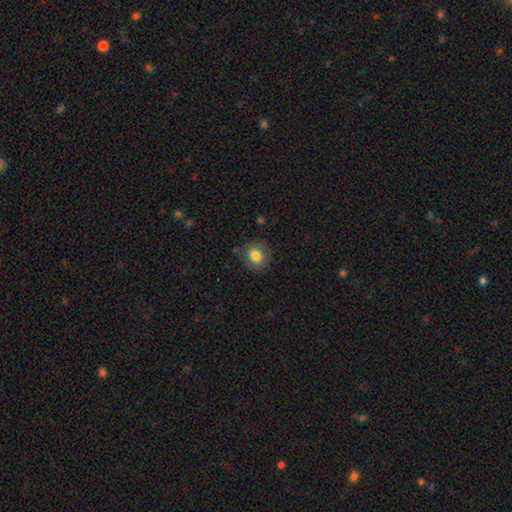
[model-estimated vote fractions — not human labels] smooth-or-featured: smooth: 83% | star or artifact: 9% | featured or disk: 8%
  how-rounded: round: 68% | in between: 31% | cigar-shaped: 1%
  merging: none: 82% | minor disturbance: 13% | major disturbance: 4% | merger: 2%